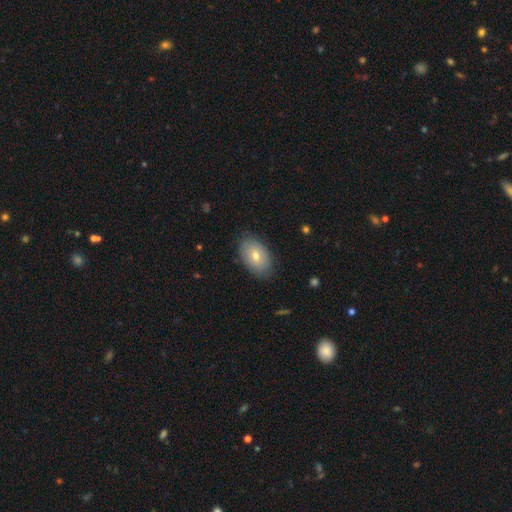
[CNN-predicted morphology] This is likely a smooth galaxy (68%). How rounded: clearly in between (90%). Merging: clearly none (82%).